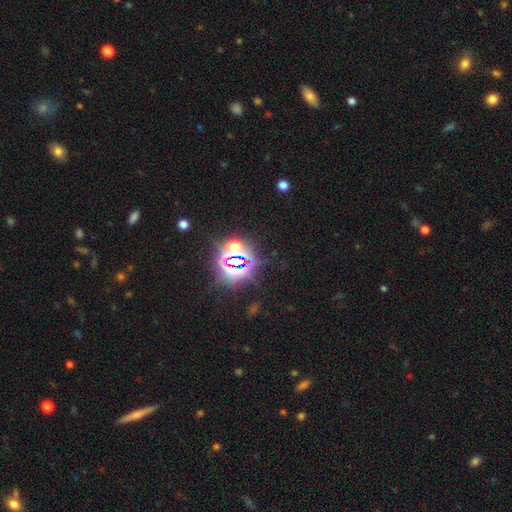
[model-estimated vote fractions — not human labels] Smooth or featured? star or artifact (85%)